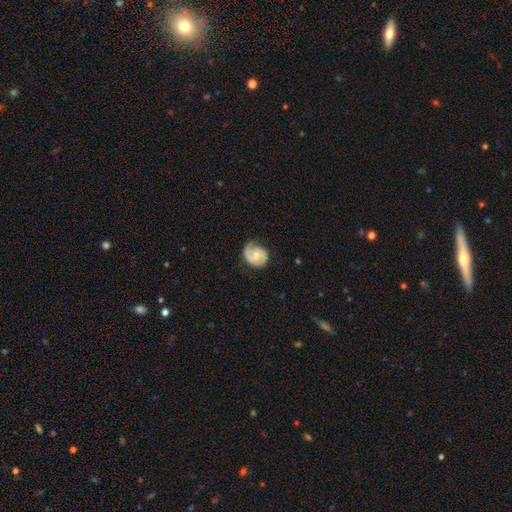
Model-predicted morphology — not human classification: Smooth or featured?
  - featured or disk: 77% *
  - smooth: 17%
  - star or artifact: 5%
Edge-on disk?
  - no: 98% *
  - yes: 2%
Bar?
  - weak: 47% *
  - no: 42%
  - strong: 11%
Spiral arms?
  - yes: 96% *
  - no: 4%
Spiral winding?
  - medium: 47% *
  - tight: 35%
  - loose: 18%
Spiral arm count?
  - 2: 79% *
  - 1: 13%
  - can't tell: 5%
  - 3: 1%
  - 4: 1%
  - more than 4: 1%
Bulge size?
  - small: 47% *
  - moderate: 36%
  - none: 14%
  - large: 2%
  - dominant: 1%
Merging?
  - none: 70% *
  - minor disturbance: 21%
  - major disturbance: 7%
  - merger: 1%